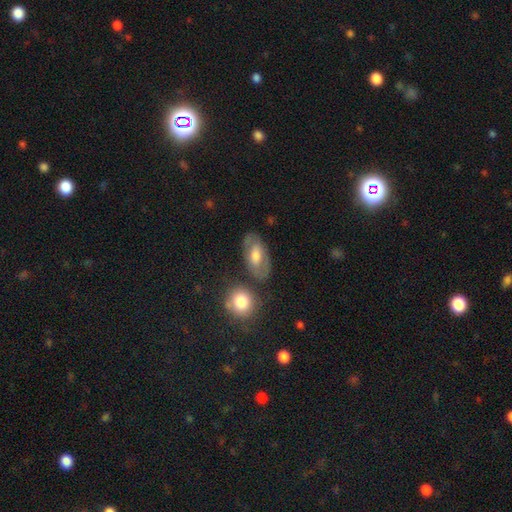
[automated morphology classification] Smooth or featured: smooth — 48% (featured or disk — 45%)
Merging: none — 70% (minor disturbance — 16%)